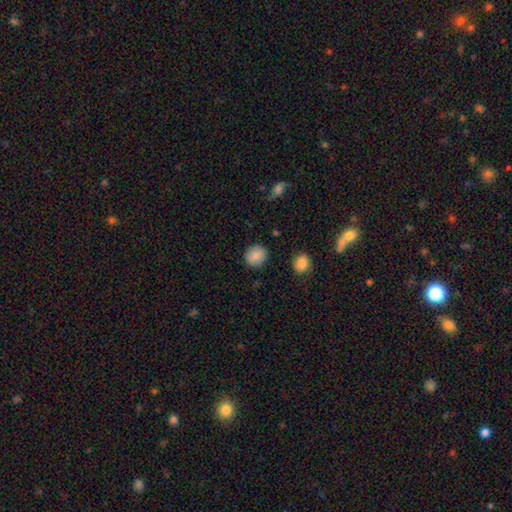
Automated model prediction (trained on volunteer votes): Smooth or featured: smooth — 86% (star or artifact — 8%)
How rounded: round — 82% (in between — 17%)
Merging: none — 89% (minor disturbance — 8%)